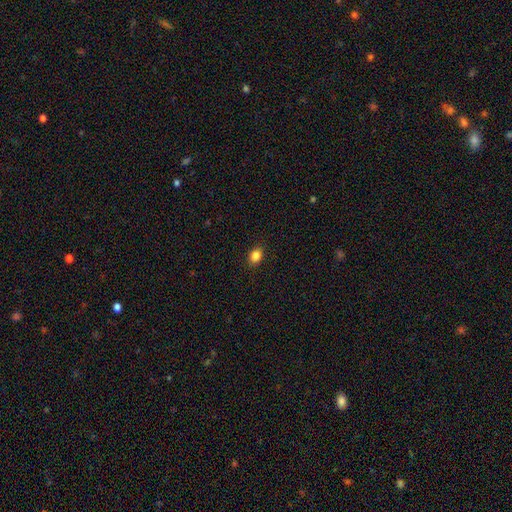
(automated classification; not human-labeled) Smooth or featured: smooth — 85% (star or artifact — 10%)
How rounded: in between — 65% (round — 33%)
Merging: none — 90% (minor disturbance — 7%)